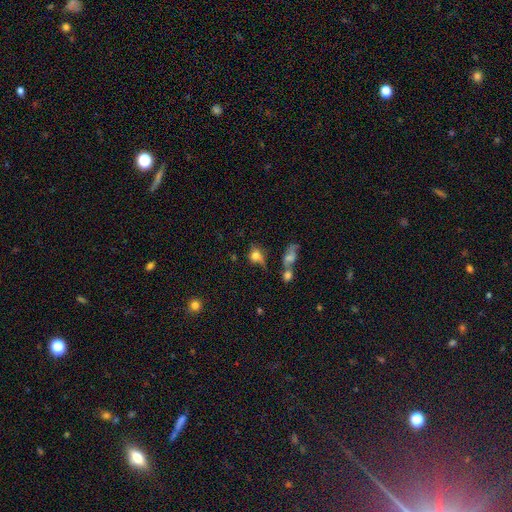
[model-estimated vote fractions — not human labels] Smooth or featured? smooth (68%)
How rounded? round (49%)
Merging? none (37%)